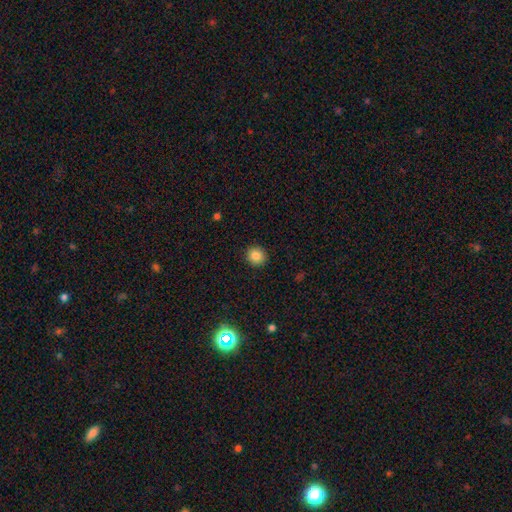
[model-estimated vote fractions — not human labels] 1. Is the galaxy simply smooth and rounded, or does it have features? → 85% smooth, 11% star or artifact, 5% featured or disk.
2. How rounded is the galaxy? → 88% round, 11% in between, 1% cigar-shaped.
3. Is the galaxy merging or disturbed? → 91% none, 6% minor disturbance, 2% major disturbance, 1% merger.